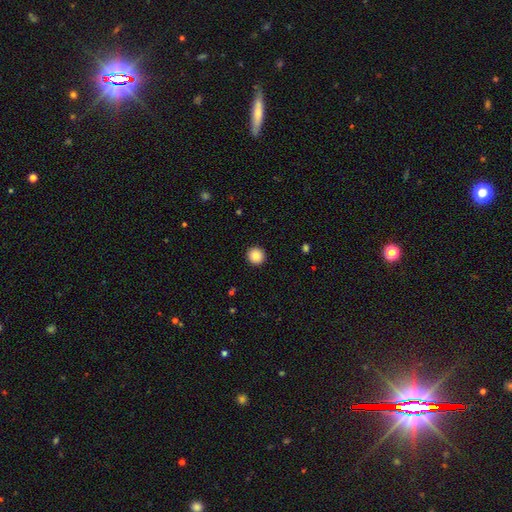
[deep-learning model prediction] smooth 84%, star or artifact 9%, featured or disk 7%. Down the decision tree: how rounded — round (96%); merging — none (94%).